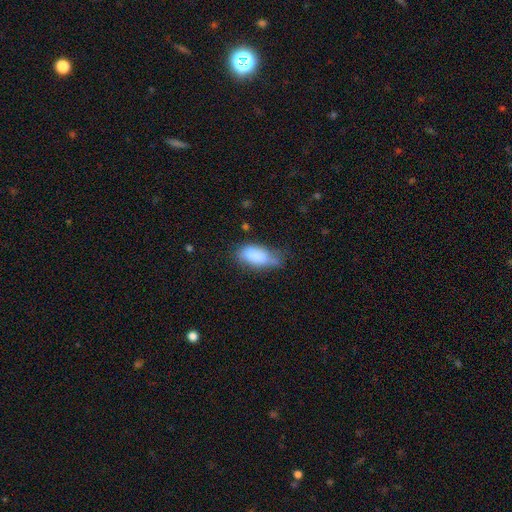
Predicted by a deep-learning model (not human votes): Smooth or featured: smooth — 80% (featured or disk — 13%)
How rounded: in between — 84% (cigar-shaped — 13%)
Merging: minor disturbance — 41% (none — 35%)